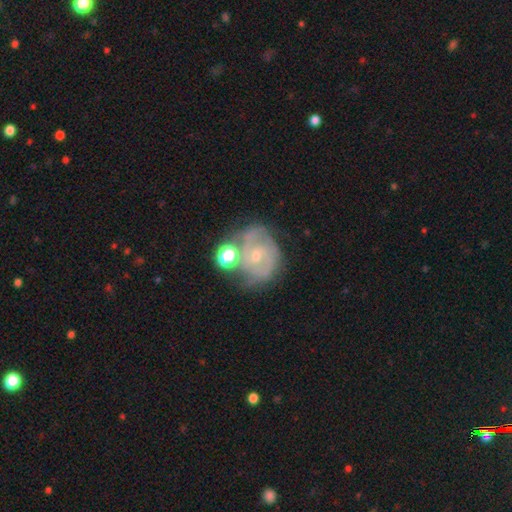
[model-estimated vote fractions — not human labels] Smooth or featured? Predicted: featured or disk (p=0.77). Edge-on disk? Predicted: no (p=0.98). Bar? Predicted: no (p=0.60). Spiral arms? Predicted: yes (p=0.92). Spiral winding? Predicted: tight (p=0.50). Spiral arm count? Predicted: 2 (p=0.47). Bulge size? Predicted: small (p=0.69). Merging? Predicted: none (p=0.56).